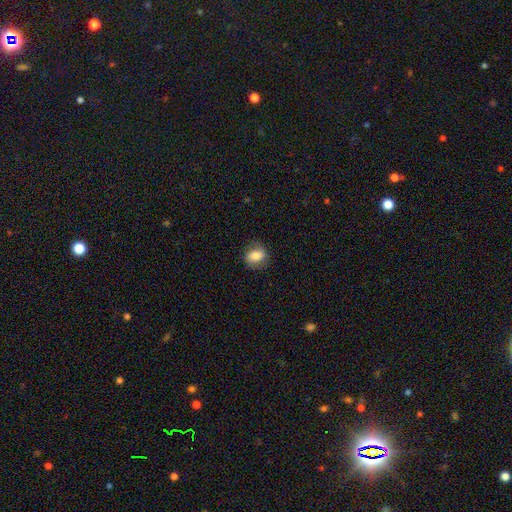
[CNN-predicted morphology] This is likely a smooth galaxy (68%). How rounded: possibly round (51%). Merging: likely none (76%).